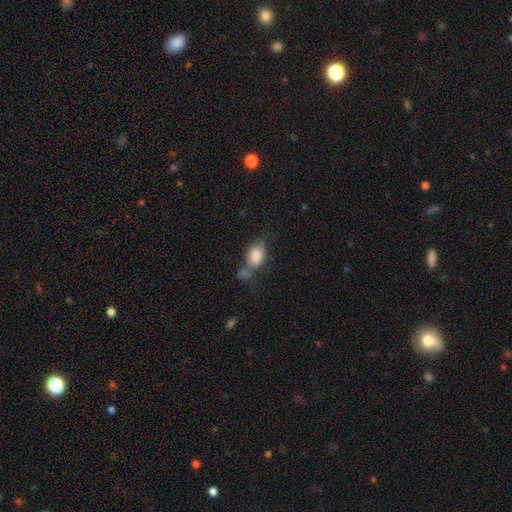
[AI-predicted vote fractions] smooth_or_featured: smooth (p=0.79) [alt: featured or disk p=0.14]
how_rounded: in between (p=0.83) [alt: round p=0.14]
merging: merger (p=0.36) [alt: none p=0.33]